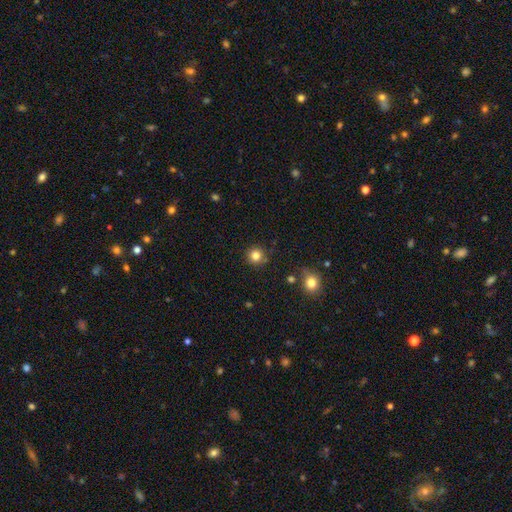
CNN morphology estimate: A smooth galaxy with no disk features (83%) that is round (94%). Merging: none (87%).